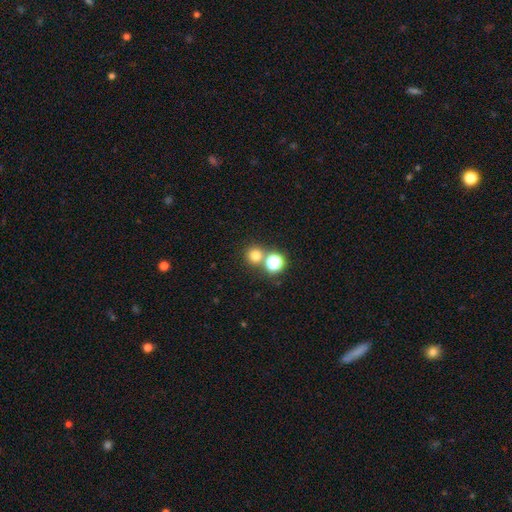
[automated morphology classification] A smooth galaxy with no disk features (74%) that is round (91%).

Vote fractions:
- Smooth or featured? smooth: 74% / star or artifact: 20% / featured or disk: 7%
- How rounded? round: 91% / in between: 8% / cigar-shaped: 1%
- Merging? none: 67% / merger: 24% / minor disturbance: 6% / major disturbance: 3%